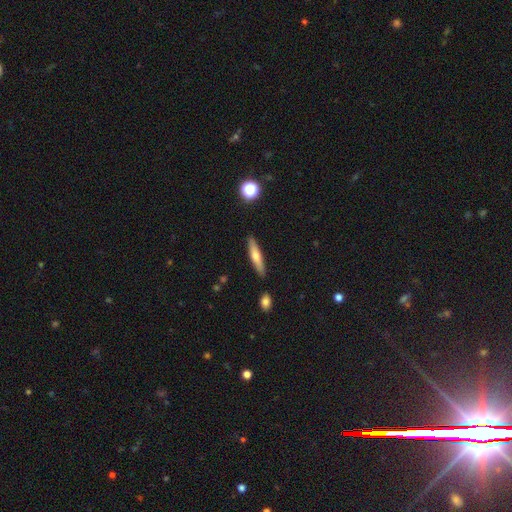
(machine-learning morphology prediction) This is possibly a smooth galaxy (57%). How rounded: clearly cigar-shaped (84%). Merging: clearly none (88%).